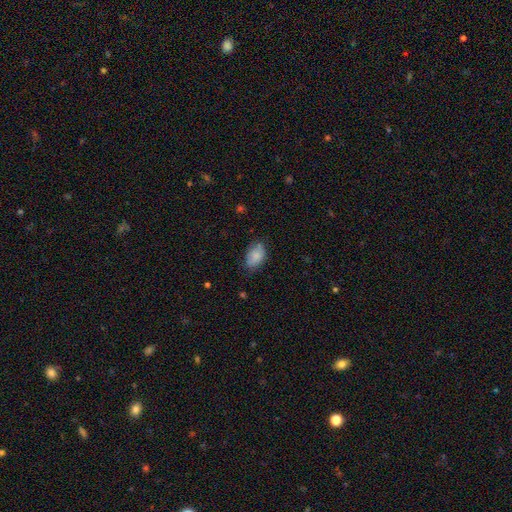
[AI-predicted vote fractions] Smooth or featured? smooth (82%)
How rounded? in between (89%)
Merging? none (64%)